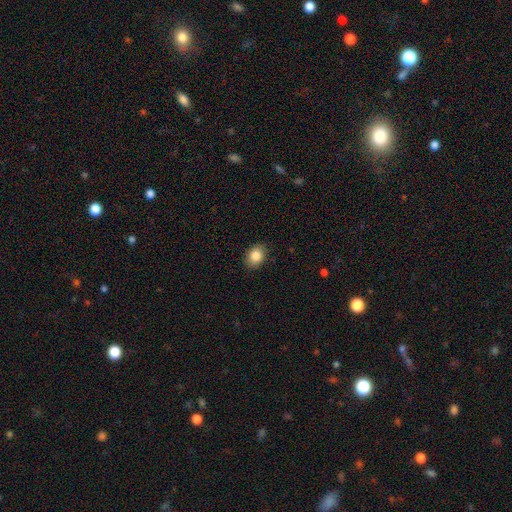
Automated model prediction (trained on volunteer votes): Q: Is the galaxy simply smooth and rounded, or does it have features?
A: smooth — 86%.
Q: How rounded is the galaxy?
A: in between — 62%.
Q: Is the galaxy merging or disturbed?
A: none — 86%.